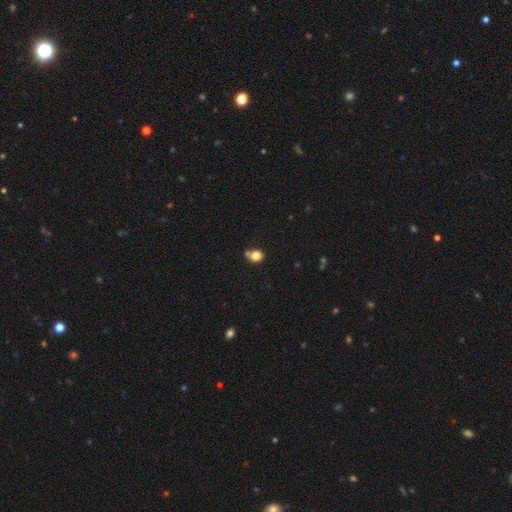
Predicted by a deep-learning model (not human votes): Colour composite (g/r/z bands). It shows a smooth galaxy with no disk features (81%) that is round (69%). Merging: none (59%).